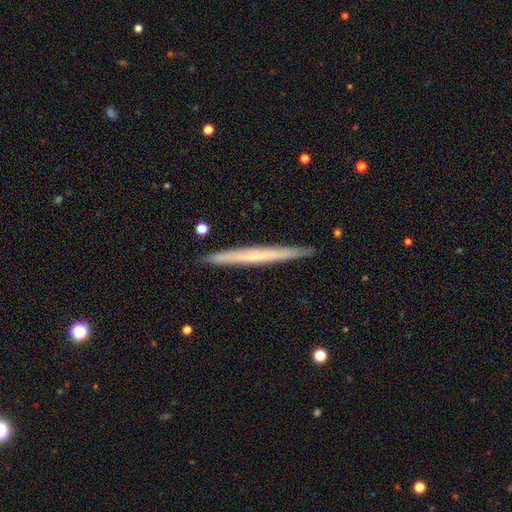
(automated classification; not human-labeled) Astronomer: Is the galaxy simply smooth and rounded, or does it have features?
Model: featured or disk — 54% (runner-up: smooth, 40%).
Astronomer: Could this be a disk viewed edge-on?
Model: yes — 97%.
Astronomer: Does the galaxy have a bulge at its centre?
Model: none — 81%.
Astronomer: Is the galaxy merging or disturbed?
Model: none — 92%.